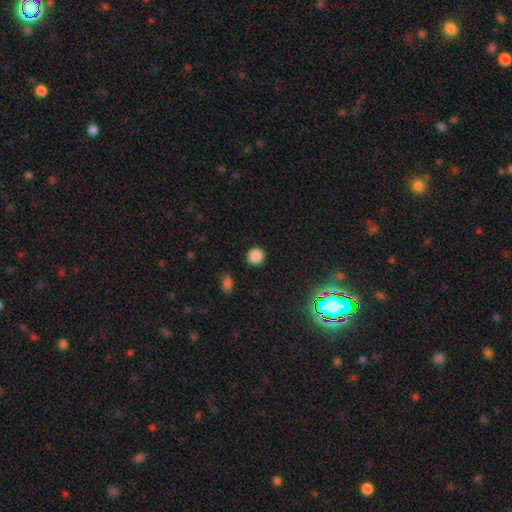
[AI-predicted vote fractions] Smooth or featured: smooth — 84% (star or artifact — 13%)
How rounded: round — 92% (in between — 7%)
Merging: none — 90% (minor disturbance — 6%)